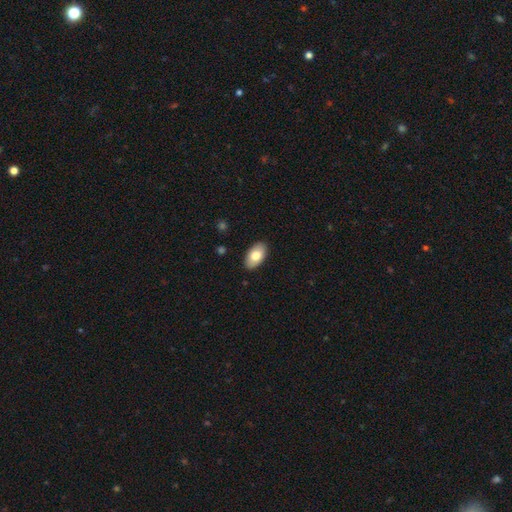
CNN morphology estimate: A smooth galaxy with no disk features (78%) that is in between round and cigar-shaped (95%). Merging: none (89%).